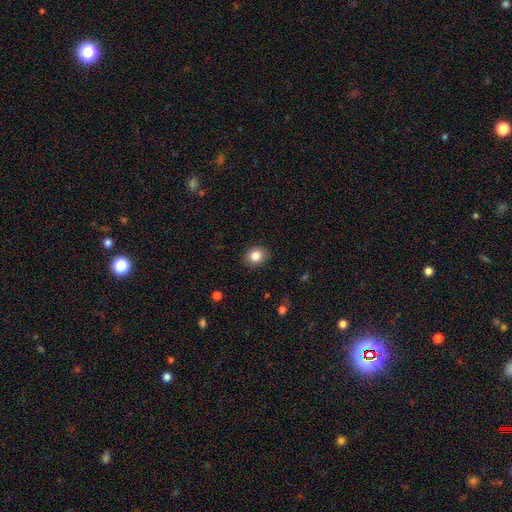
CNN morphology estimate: A smooth galaxy with no disk features (85%) that is round (61%). Merging: none (89%).